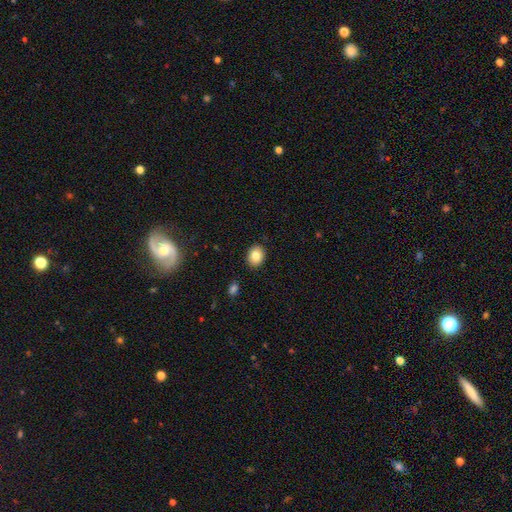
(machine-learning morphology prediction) A smooth galaxy with no disk features (83%) that is in between round and cigar-shaped (50%).

Vote fractions:
- Smooth or featured? smooth: 83% / star or artifact: 9% / featured or disk: 8%
- How rounded? in between: 50% / round: 49% / cigar-shaped: 1%
- Merging? none: 90% / minor disturbance: 7% / major disturbance: 2% / merger: 1%